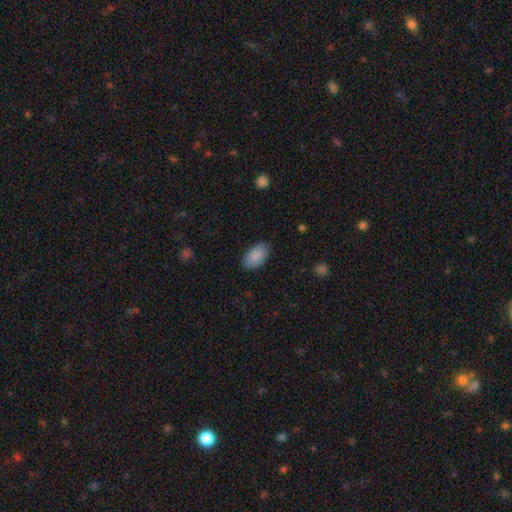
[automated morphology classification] Smooth or featured? Predicted: smooth (p=0.88). How rounded? Predicted: in between (p=0.95). Merging? Predicted: none (p=0.84).